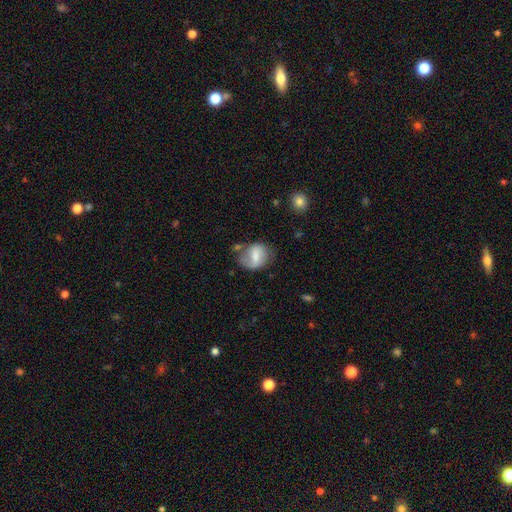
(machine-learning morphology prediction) Q: Smooth or featured?
A: smooth (54%); runner-up: featured or disk (38%)
Q: How rounded?
A: in between (49%); tied with: round (49%)
Q: Merging?
A: none (53%); runner-up: minor disturbance (27%)